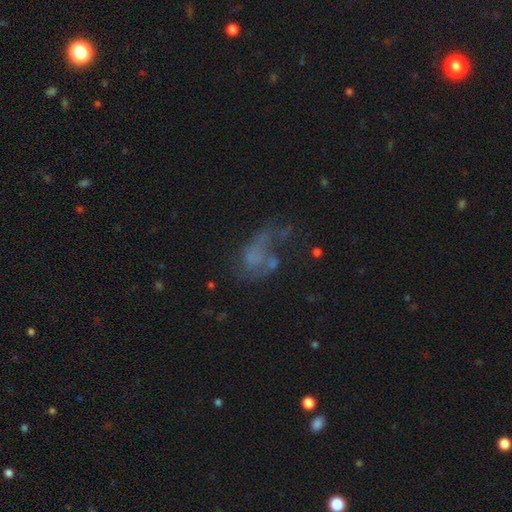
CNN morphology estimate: A featured or disk galaxy (52%) with no bar (88%), no spiral arms (74%) and no central bulge (74%). Merging: major disturbance (45%).